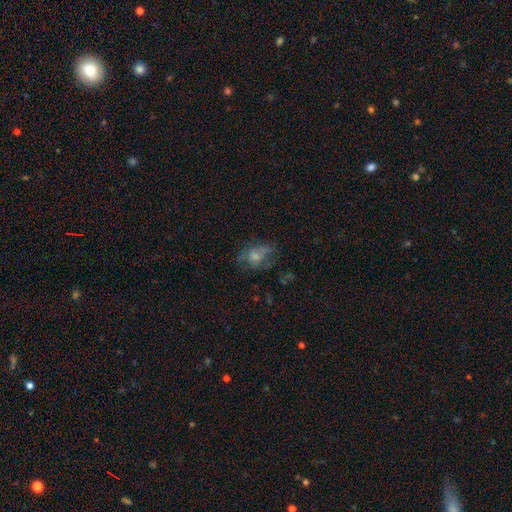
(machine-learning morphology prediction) Smooth or featured: smooth — 49% (featured or disk — 36%)
Merging: none — 43% (major disturbance — 31%)